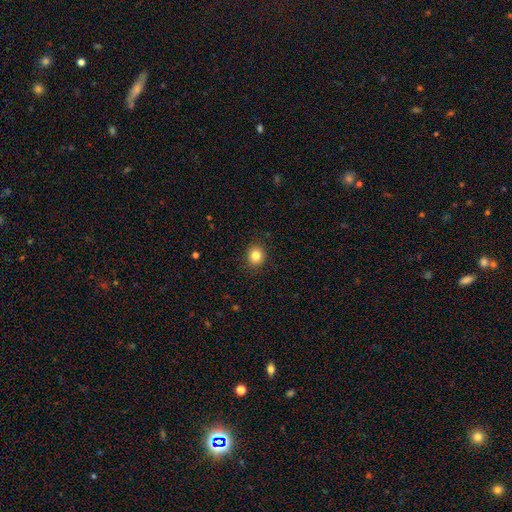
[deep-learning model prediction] smooth 83%, star or artifact 11%, featured or disk 6%. Down the decision tree: how rounded — round (79%); merging — none (90%).